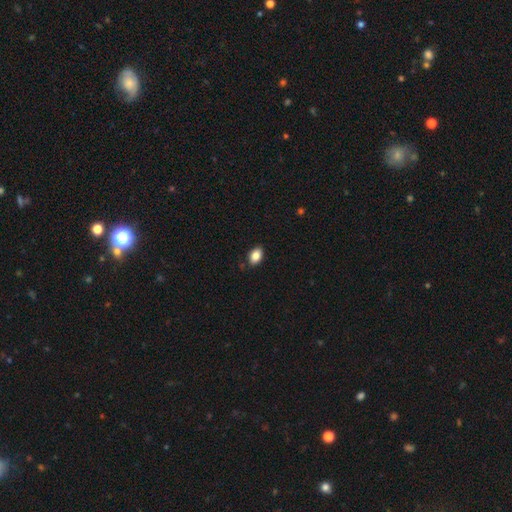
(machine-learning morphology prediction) This appears to be a smooth galaxy with no disk features (85%) that is in between round and cigar-shaped (88%). Merging: none (87%).